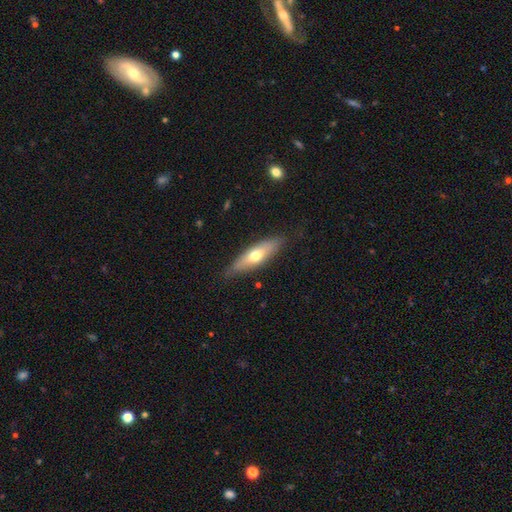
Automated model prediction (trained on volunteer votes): smooth 56%, featured or disk 39%, star or artifact 6%. Down the decision tree: how rounded — cigar-shaped (55%); merging — none (82%).